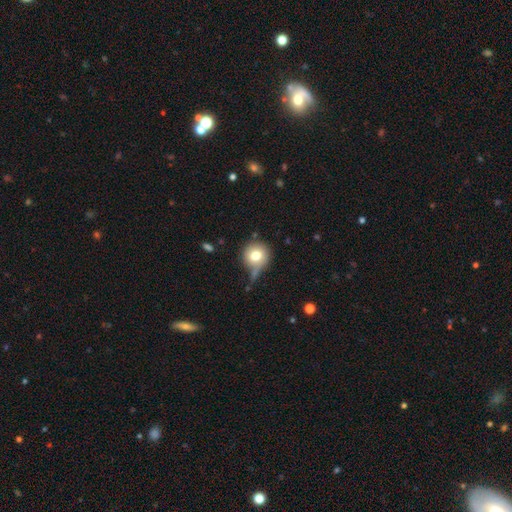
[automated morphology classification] Smooth or featured?
  - smooth: 76% *
  - featured or disk: 15%
  - star or artifact: 9%
How rounded?
  - round: 91% *
  - in between: 8%
  - cigar-shaped: 1%
Merging?
  - none: 56% *
  - minor disturbance: 23%
  - major disturbance: 12%
  - merger: 9%